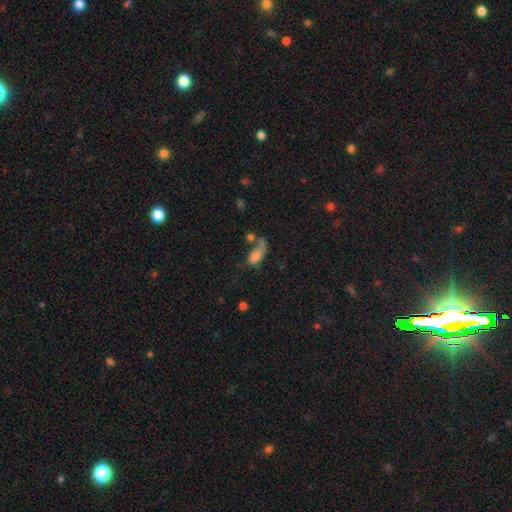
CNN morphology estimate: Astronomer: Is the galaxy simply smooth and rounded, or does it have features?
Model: smooth — 63%.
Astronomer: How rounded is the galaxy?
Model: in between — 80%.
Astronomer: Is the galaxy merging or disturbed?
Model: major disturbance — 35% (runner-up: merger, 29%).